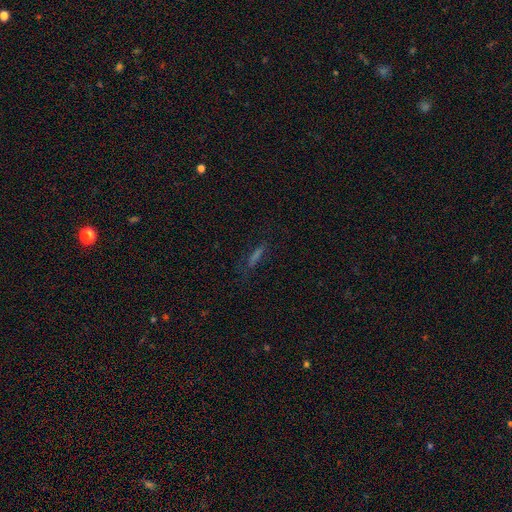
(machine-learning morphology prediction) Smooth or featured? smooth (55%)
How rounded? cigar-shaped (83%)
Merging? none (73%)